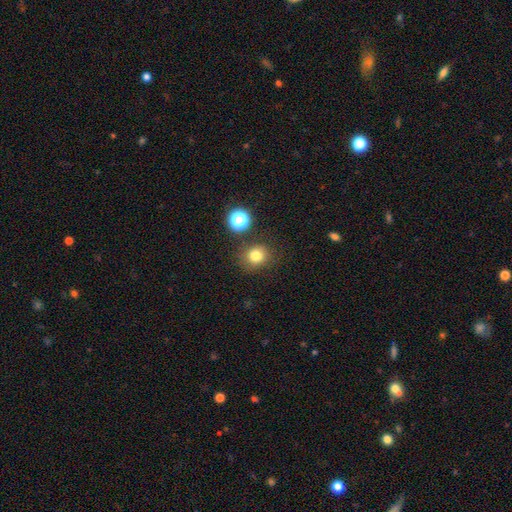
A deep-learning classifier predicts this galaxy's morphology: Smooth or featured? smooth (79%)
How rounded? round (79%)
Merging? none (79%)